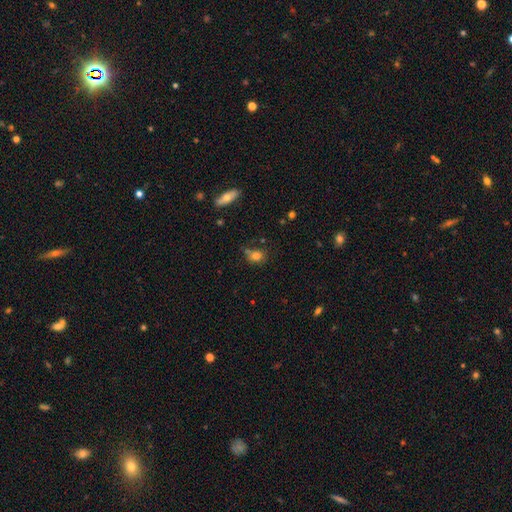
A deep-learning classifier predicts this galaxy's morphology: This is likely a smooth galaxy (78%). How rounded: possibly round (60%). Merging: possibly none (57%).